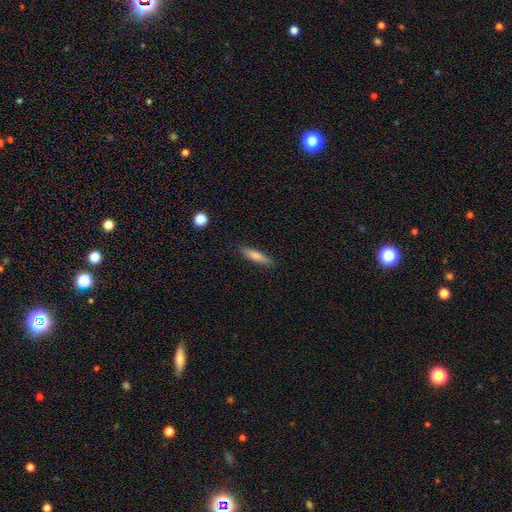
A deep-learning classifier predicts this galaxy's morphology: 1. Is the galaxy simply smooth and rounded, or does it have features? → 79% smooth, 14% featured or disk, 7% star or artifact.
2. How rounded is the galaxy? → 75% cigar-shaped, 23% in between, 2% round.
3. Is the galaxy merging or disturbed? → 88% none, 9% minor disturbance, 2% major disturbance, 1% merger.